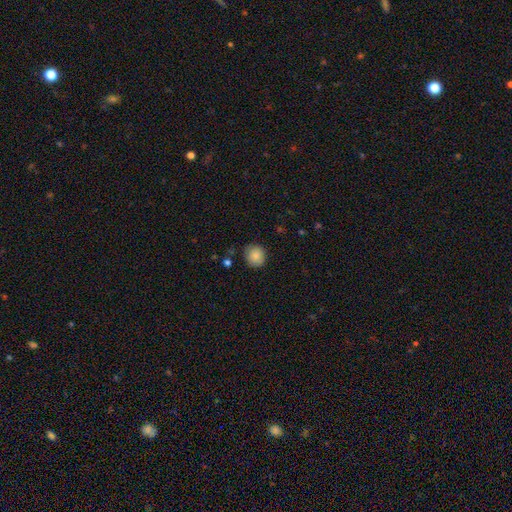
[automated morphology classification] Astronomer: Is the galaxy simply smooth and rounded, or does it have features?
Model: smooth — 87%.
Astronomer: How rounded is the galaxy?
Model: round — 88%.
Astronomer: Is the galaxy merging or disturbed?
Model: none — 84%.